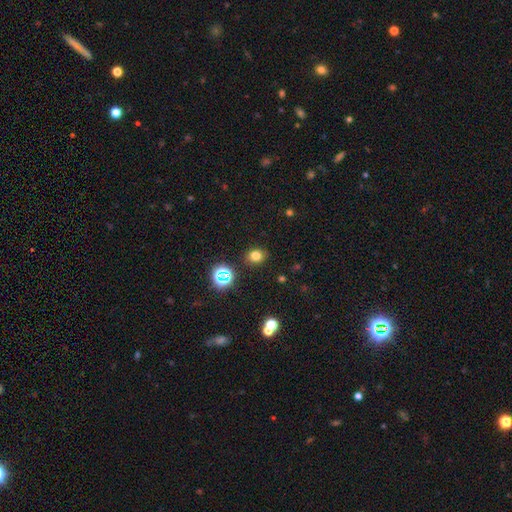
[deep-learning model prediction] Smooth or featured: smooth — 74% (star or artifact — 19%)
How rounded: round — 68% (in between — 31%)
Merging: none — 87% (minor disturbance — 8%)